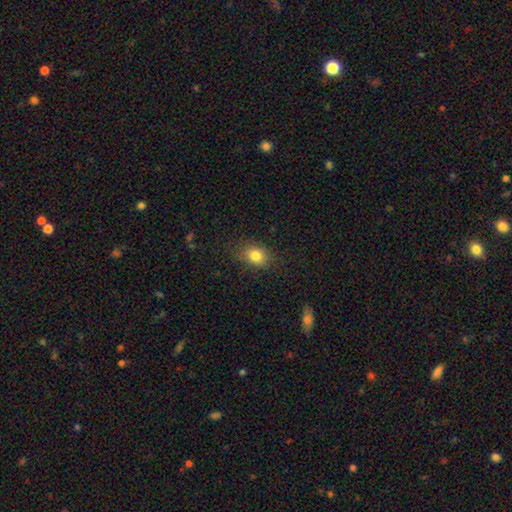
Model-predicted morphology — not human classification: The model was most divided on "how rounded": in between: 61%, round: 37%, cigar-shaped: 1%. More confident: smooth or featured — smooth (82%); merging — none (81%).